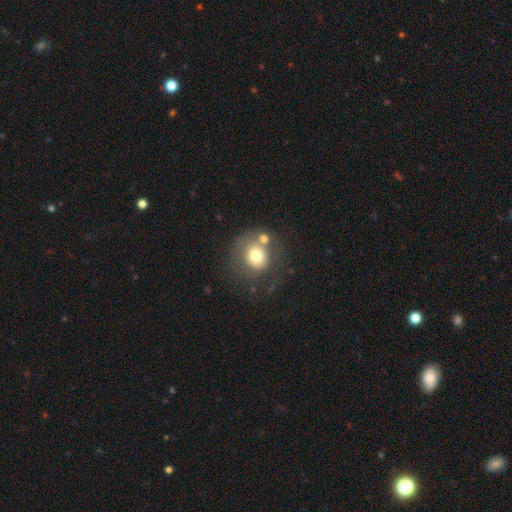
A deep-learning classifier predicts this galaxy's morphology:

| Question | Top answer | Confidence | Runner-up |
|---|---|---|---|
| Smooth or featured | smooth | 69% | featured or disk (20%) |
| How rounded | round | 84% | in between (15%) |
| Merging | none | 53% | merger (20%) |